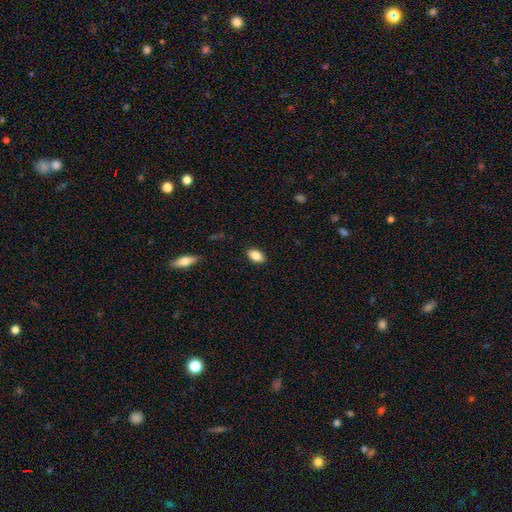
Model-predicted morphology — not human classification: type=smooth (85%); roundness=in between (89%); merging=none (88%).